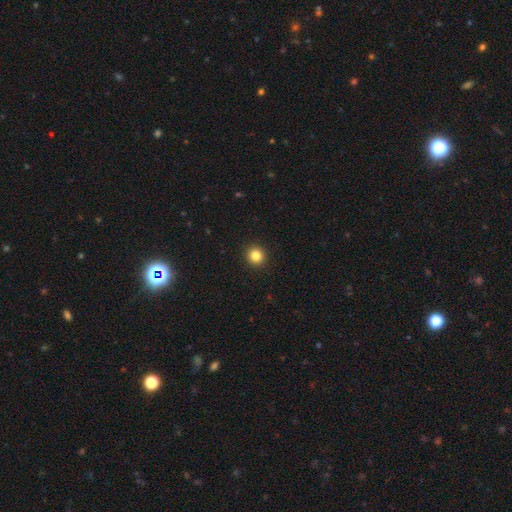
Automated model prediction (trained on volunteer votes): Q: Smooth or featured?
A: smooth (84%); runner-up: star or artifact (11%)
Q: How rounded?
A: round (94%); runner-up: in between (6%)
Q: Merging?
A: none (93%); runner-up: minor disturbance (4%)